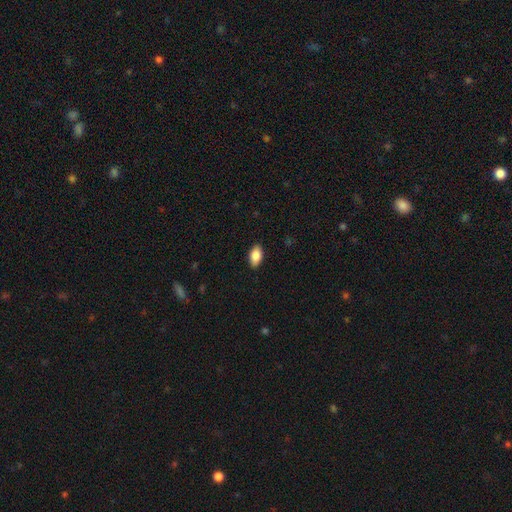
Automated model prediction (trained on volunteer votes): Smooth or featured?
  - smooth: 86% *
  - star or artifact: 7%
  - featured or disk: 7%
How rounded?
  - in between: 92% *
  - round: 5%
  - cigar-shaped: 3%
Merging?
  - none: 88% *
  - minor disturbance: 9%
  - major disturbance: 2%
  - merger: 1%